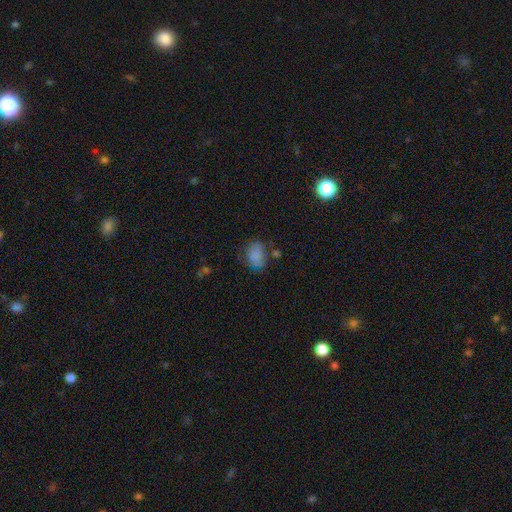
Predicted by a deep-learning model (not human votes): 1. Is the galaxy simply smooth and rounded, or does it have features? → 77% smooth, 12% star or artifact, 11% featured or disk.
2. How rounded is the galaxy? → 72% in between, 27% round, 1% cigar-shaped.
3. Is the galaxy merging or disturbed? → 57% none, 25% minor disturbance, 12% major disturbance, 6% merger.